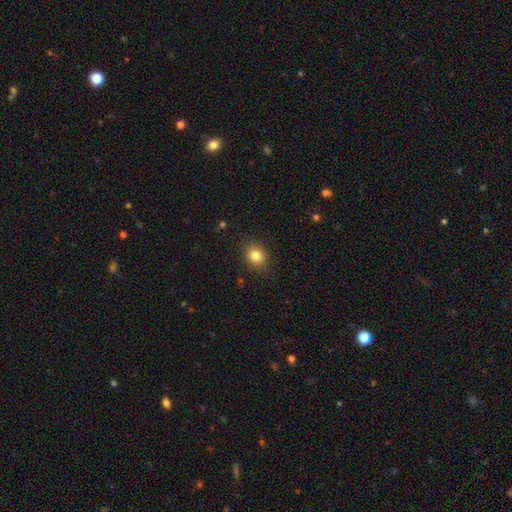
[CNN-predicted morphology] A smooth galaxy with no disk features (83%) that is round (60%). Merging: none (86%).